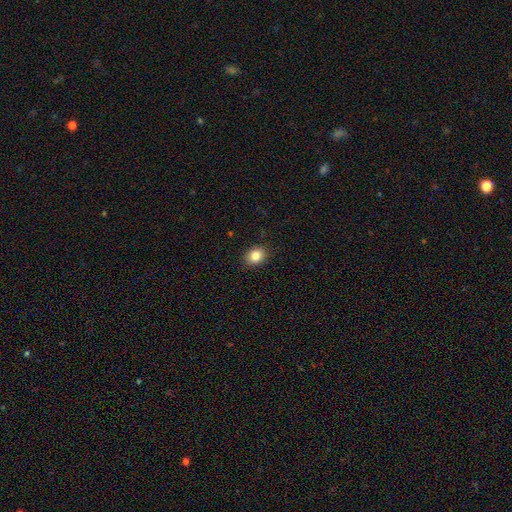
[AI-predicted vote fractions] This appears to be a smooth galaxy with no disk features (85%) that is round (51%). Merging: none (88%).